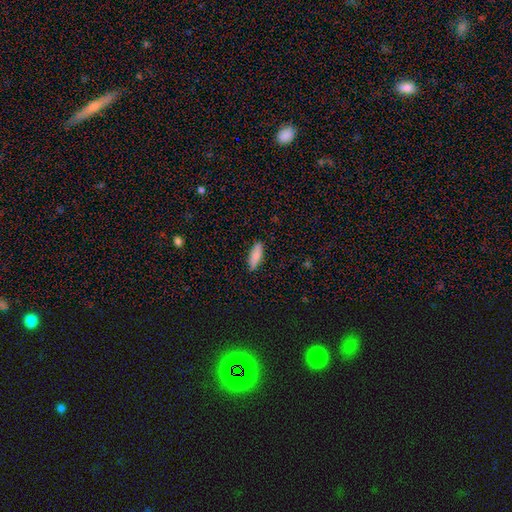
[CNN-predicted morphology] Smooth or featured?
  - smooth: 86% *
  - featured or disk: 7%
  - star or artifact: 6%
How rounded?
  - in between: 54% *
  - cigar-shaped: 45%
  - round: 2%
Merging?
  - none: 86% *
  - minor disturbance: 11%
  - major disturbance: 2%
  - merger: 1%